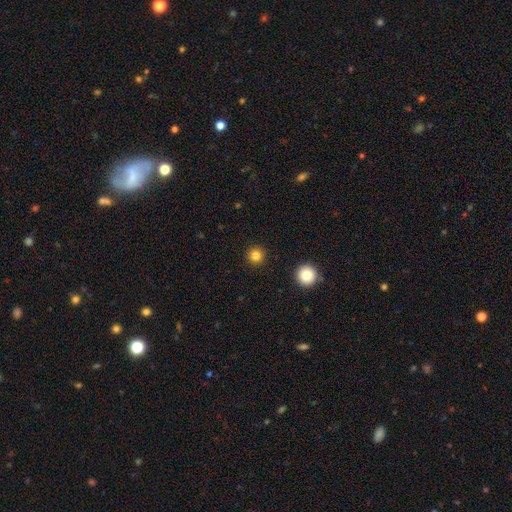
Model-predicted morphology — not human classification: Smooth or featured? Predicted: smooth (p=0.81). How rounded? Predicted: round (p=0.95). Merging? Predicted: none (p=0.92).